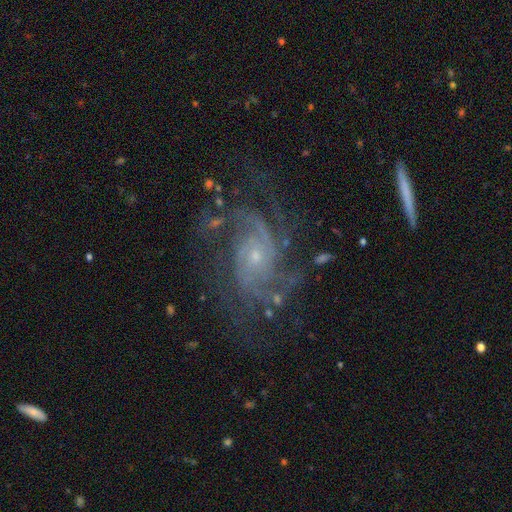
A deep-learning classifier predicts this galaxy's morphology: Smooth or featured?
  - featured or disk: 89% *
  - star or artifact: 7%
  - smooth: 4%
Edge-on disk?
  - no: 98% *
  - yes: 2%
Bar?
  - no: 71% *
  - weak: 24%
  - strong: 5%
Spiral arms?
  - yes: 97% *
  - no: 3%
Spiral winding?
  - tight: 45% *
  - medium: 44%
  - loose: 11%
Spiral arm count?
  - 2: 31% *
  - 3: 24%
  - can't tell: 18%
  - 4: 13%
  - more than 4: 7%
  - 1: 7%
Bulge size?
  - small: 74% *
  - moderate: 21%
  - none: 2%
  - large: 1%
  - dominant: 1%
Merging?
  - none: 67% *
  - minor disturbance: 17%
  - major disturbance: 14%
  - merger: 2%